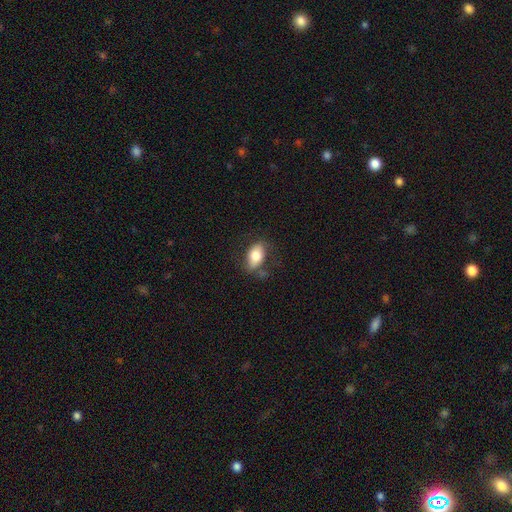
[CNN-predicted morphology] type=smooth (76%); roundness=in between (88%); merging=none (66%).